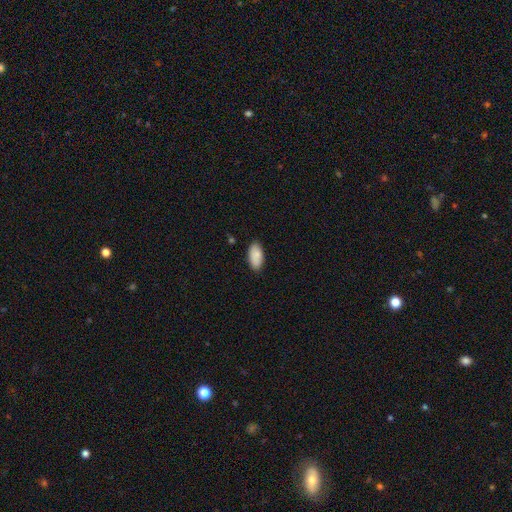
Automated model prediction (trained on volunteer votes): smooth_or_featured: smooth (p=0.88) [alt: star or artifact p=0.06]
how_rounded: in between (p=0.93) [alt: cigar-shaped p=0.05]
merging: none (p=0.86) [alt: minor disturbance p=0.11]